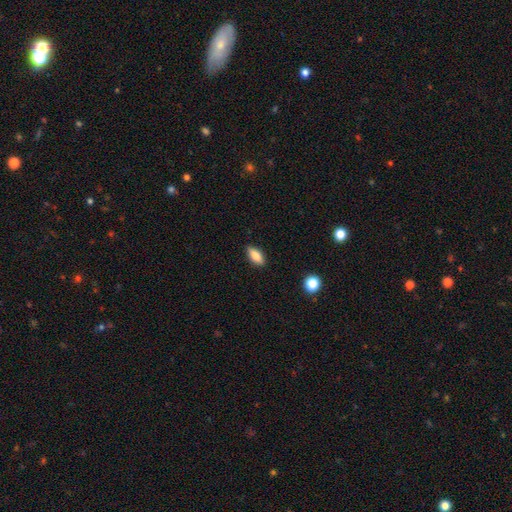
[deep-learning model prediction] smooth 82%, featured or disk 10%, star or artifact 7%. Down the decision tree: how rounded — in between (78%); merging — none (88%).